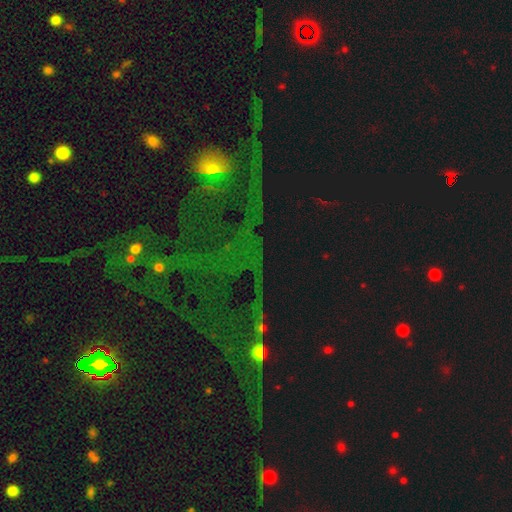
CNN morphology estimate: Smooth or featured: star or artifact — 74% (featured or disk — 14%)